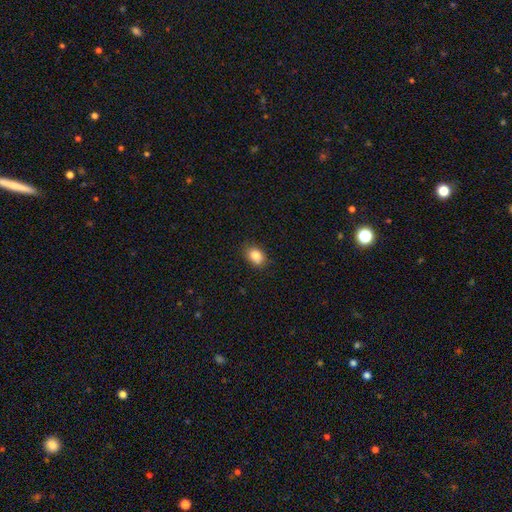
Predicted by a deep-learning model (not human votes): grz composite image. It shows a smooth galaxy with no disk features (84%) that is in between round and cigar-shaped (65%). Merging: none (83%).